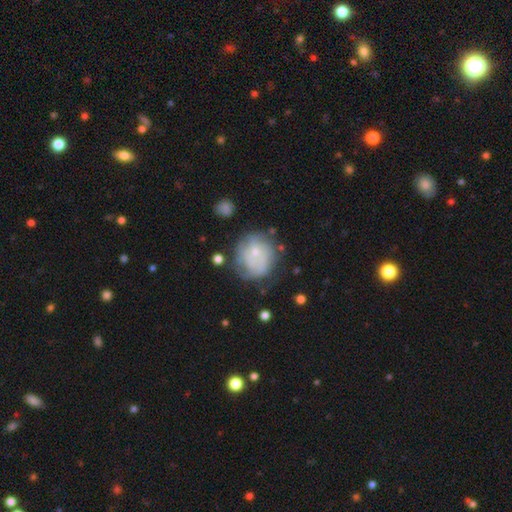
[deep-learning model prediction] Overall: featured or disk (48%; smooth 43%). Merging: none (55%; minor disturbance 25%).